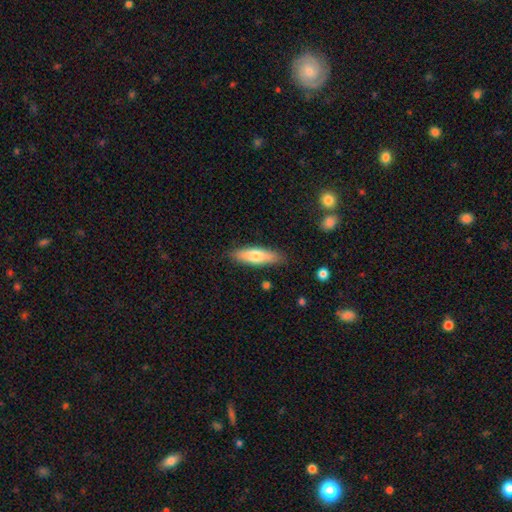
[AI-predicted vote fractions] smooth 69%, featured or disk 26%, star or artifact 6%. Down the decision tree: how rounded — cigar-shaped (58%); merging — none (86%).